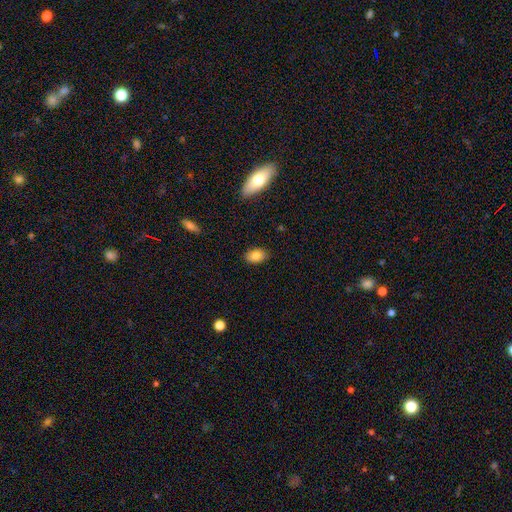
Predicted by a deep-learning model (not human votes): Smooth or featured: smooth — 84% (star or artifact — 8%)
How rounded: in between — 88% (round — 11%)
Merging: none — 87% (minor disturbance — 10%)